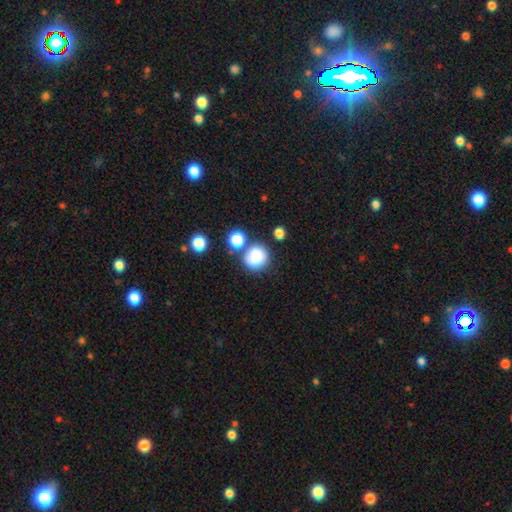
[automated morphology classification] type=smooth (81%); roundness=round (89%); merging=none (66%).